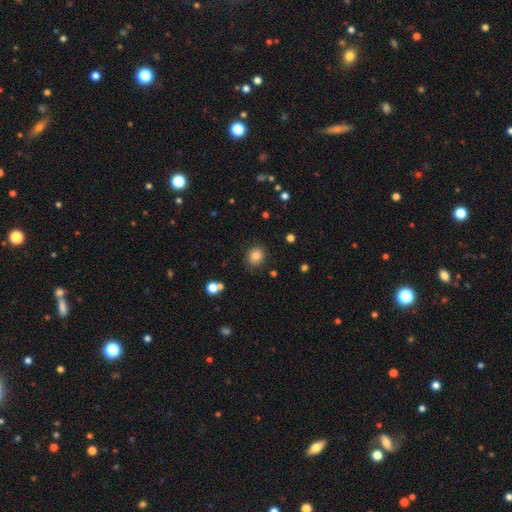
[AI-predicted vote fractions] smooth 83%, star or artifact 11%, featured or disk 6%. Down the decision tree: how rounded — round (79%); merging — none (86%).